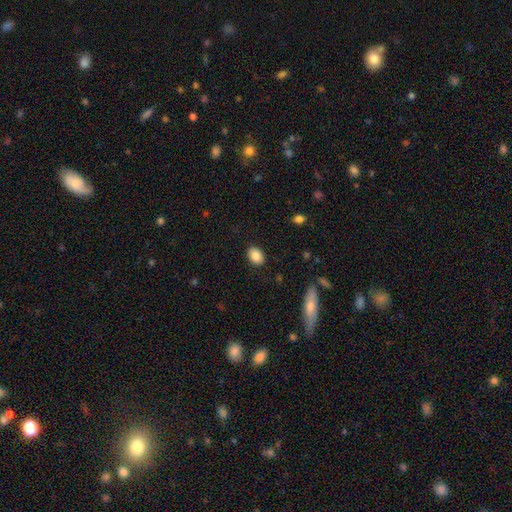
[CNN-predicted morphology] Smooth or featured: smooth — 85% (star or artifact — 8%)
How rounded: in between — 73% (round — 26%)
Merging: none — 88% (minor disturbance — 8%)